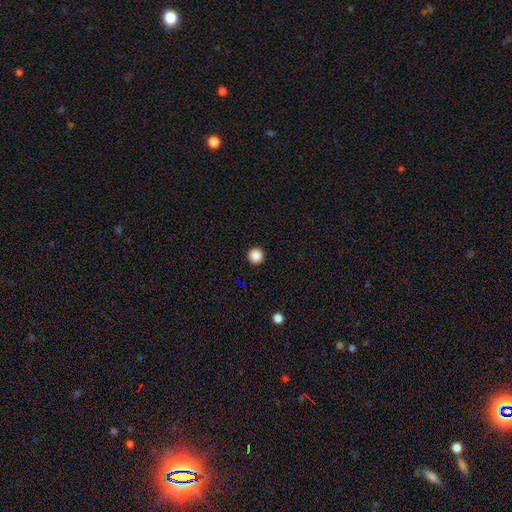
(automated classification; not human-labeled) smooth 87%, star or artifact 10%, featured or disk 3%. Down the decision tree: how rounded — round (96%); merging — none (94%).